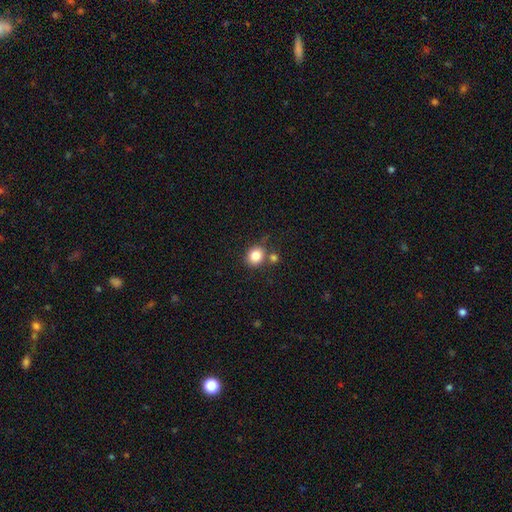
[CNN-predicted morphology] Smooth or featured? Predicted: smooth (p=0.83). How rounded? Predicted: round (p=0.72). Merging? Predicted: none (p=0.66).